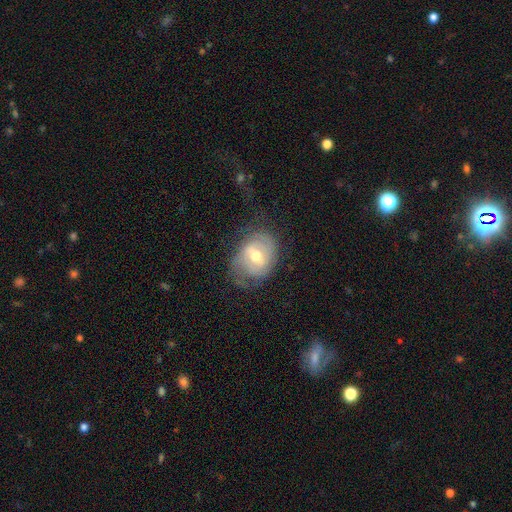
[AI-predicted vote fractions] smooth_or_featured: featured or disk (p=0.65) [alt: smooth p=0.28]
disk_edge_on: no (p=0.95) [alt: yes p=0.05]
bar: weak (p=0.51) [alt: strong p=0.25]
has_spiral_arms: yes (p=0.73) [alt: no p=0.27]
bulge_size: moderate (p=0.73) [alt: small p=0.19]
merging: none (p=0.58) [alt: minor disturbance p=0.25]